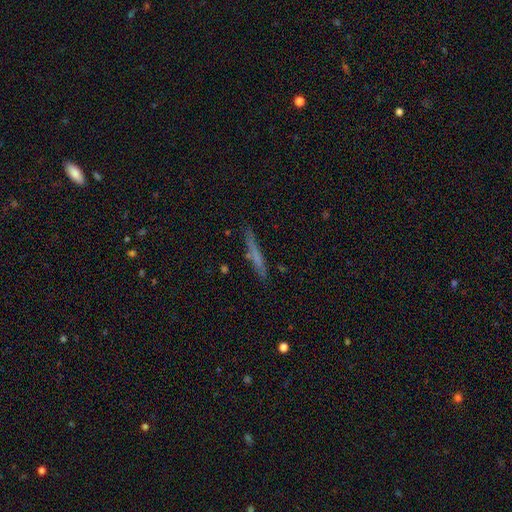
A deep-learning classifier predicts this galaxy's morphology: This appears to be a smooth galaxy with no disk features (57%) that is cigar-shaped (94%). Merging: none (83%).